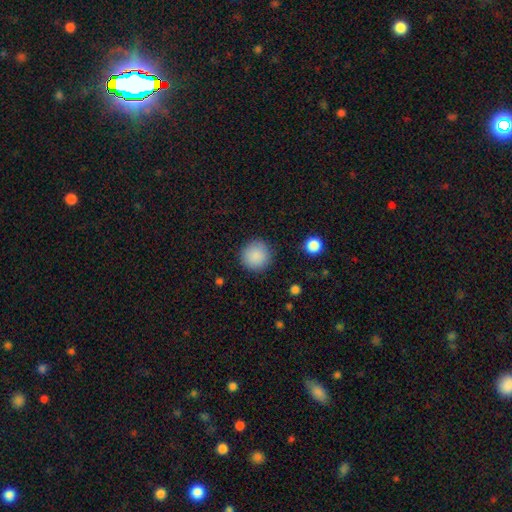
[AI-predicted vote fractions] Q: Smooth or featured?
A: smooth (88%); runner-up: star or artifact (8%)
Q: How rounded?
A: round (95%); runner-up: in between (4%)
Q: Merging?
A: none (89%); runner-up: minor disturbance (7%)